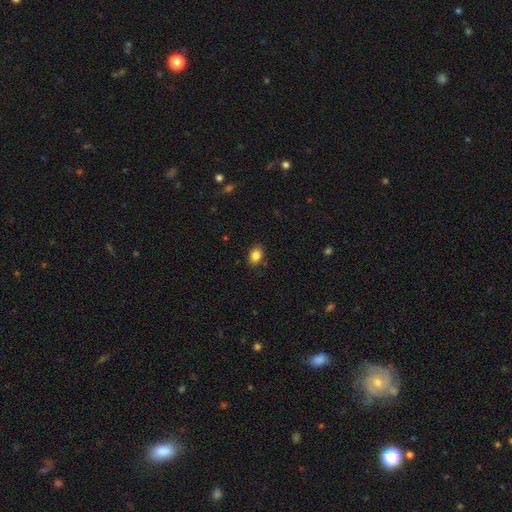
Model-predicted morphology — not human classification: smooth-or-featured: smooth: 84% | star or artifact: 9% | featured or disk: 6%
  how-rounded: in between: 78% | round: 21% | cigar-shaped: 1%
  merging: none: 86% | minor disturbance: 10% | major disturbance: 2% | merger: 1%